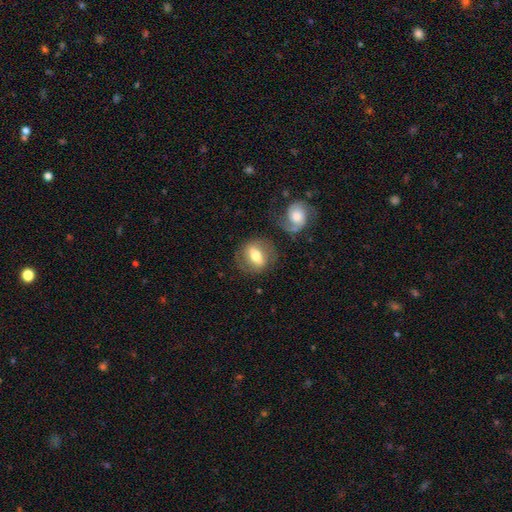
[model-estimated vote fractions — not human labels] smooth_or_featured: smooth (p=0.47) [alt: featured or disk p=0.46]
merging: none (p=0.65) [alt: minor disturbance p=0.14]